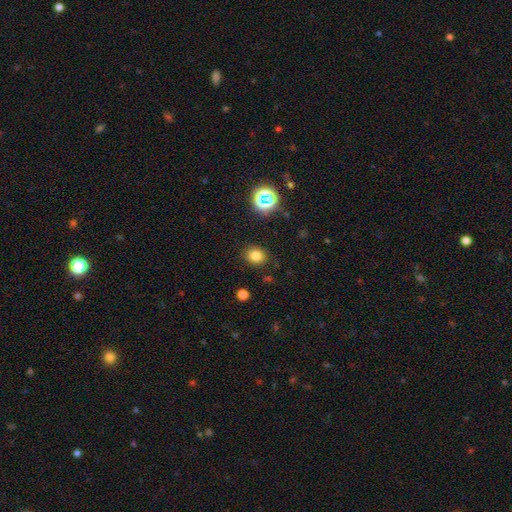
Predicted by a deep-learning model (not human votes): This appears to be a smooth galaxy with no disk features (79%) that is round (63%). Merging: none (86%).